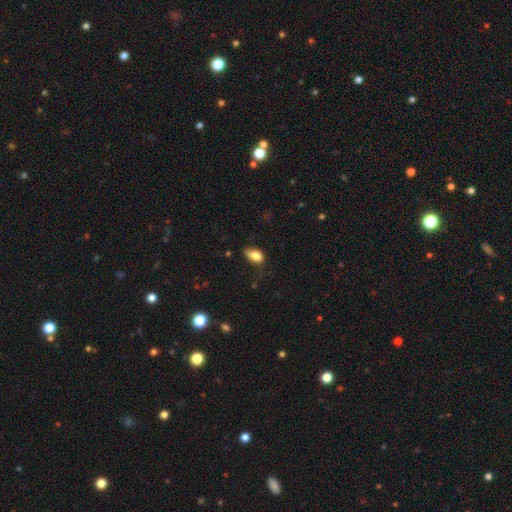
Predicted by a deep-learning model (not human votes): smooth_or_featured: smooth (p=0.81) [alt: featured or disk p=0.10]
how_rounded: in between (p=0.86) [alt: round p=0.10]
merging: none (p=0.43) [alt: minor disturbance p=0.38]